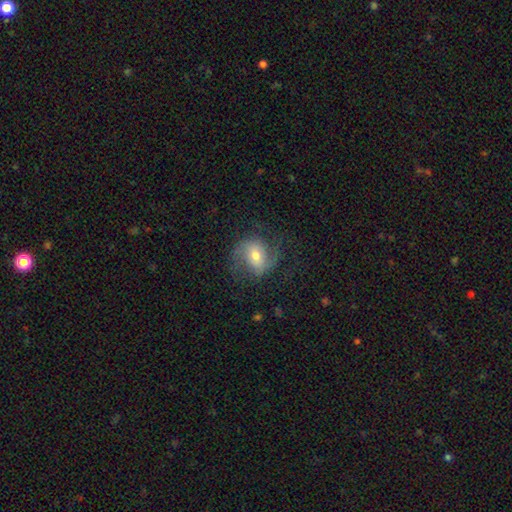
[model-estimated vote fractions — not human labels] Morphology: type=featured or disk (64%); edge-on=no (96%); bar=weak (43%); spiral arms=yes (88%); winding=medium (47%); arm count=2 (81%); bulge=moderate (64%); merging=none (65%).